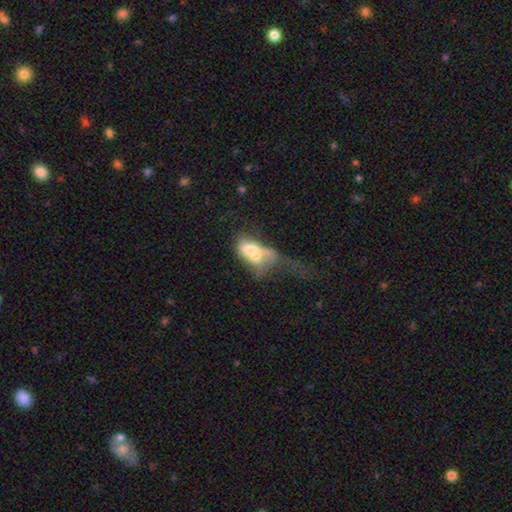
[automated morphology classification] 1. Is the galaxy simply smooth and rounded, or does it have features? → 51% smooth, 40% featured or disk, 9% star or artifact.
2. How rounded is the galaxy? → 76% in between, 19% round, 5% cigar-shaped.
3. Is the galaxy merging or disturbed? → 69% merger, 18% major disturbance, 8% none, 6% minor disturbance.